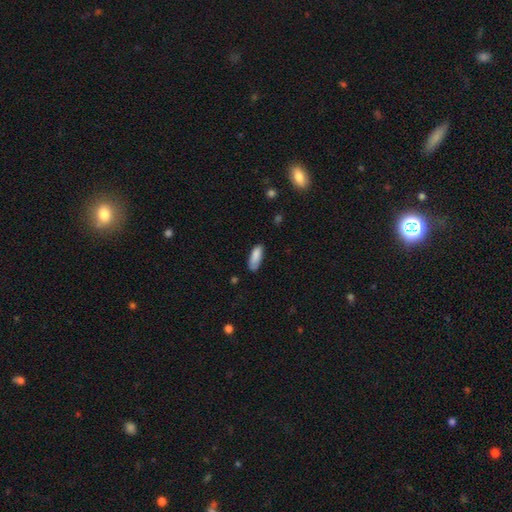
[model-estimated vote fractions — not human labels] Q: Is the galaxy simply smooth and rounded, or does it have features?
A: smooth — 86%.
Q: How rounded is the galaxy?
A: in between — 66%.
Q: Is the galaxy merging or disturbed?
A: none — 67%.